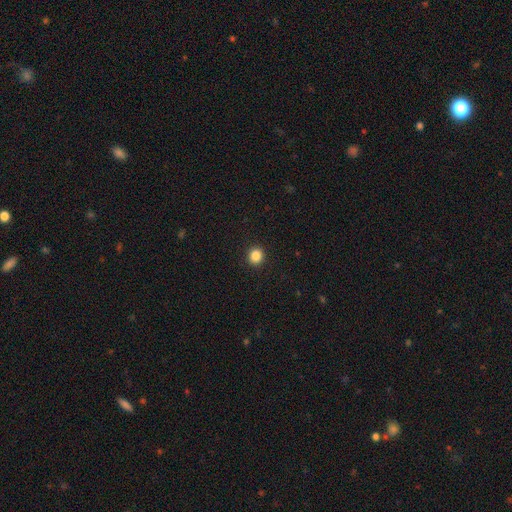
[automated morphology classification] Smooth or featured?
  - smooth: 86% *
  - star or artifact: 11%
  - featured or disk: 3%
How rounded?
  - round: 89% *
  - in between: 11%
  - cigar-shaped: 1%
Merging?
  - none: 93% *
  - minor disturbance: 4%
  - major disturbance: 2%
  - merger: 1%